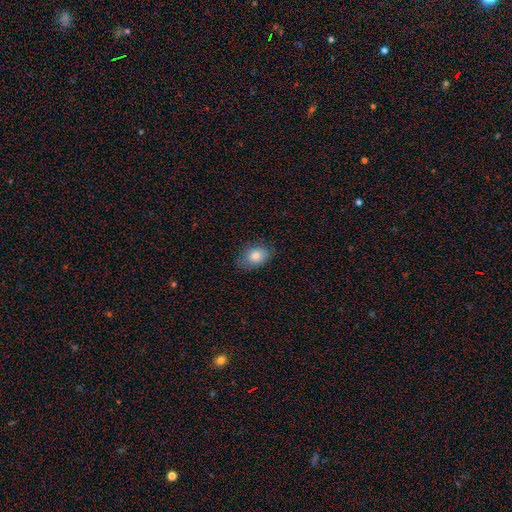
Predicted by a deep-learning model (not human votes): This is clearly a smooth galaxy (82%). How rounded: likely in between (76%). Merging: likely none (77%).